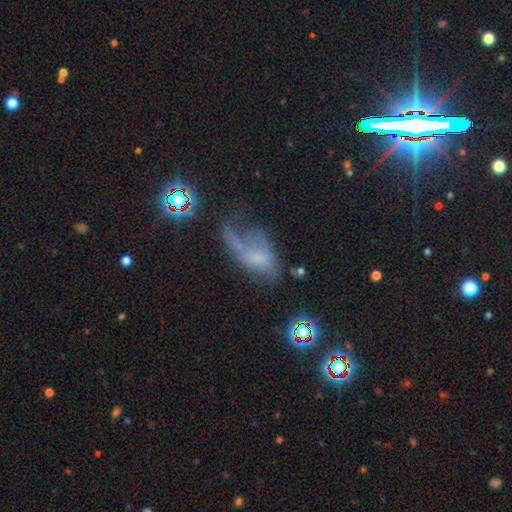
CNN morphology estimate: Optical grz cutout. It shows a featured or disk galaxy (44%). Merging: major disturbance (47%).